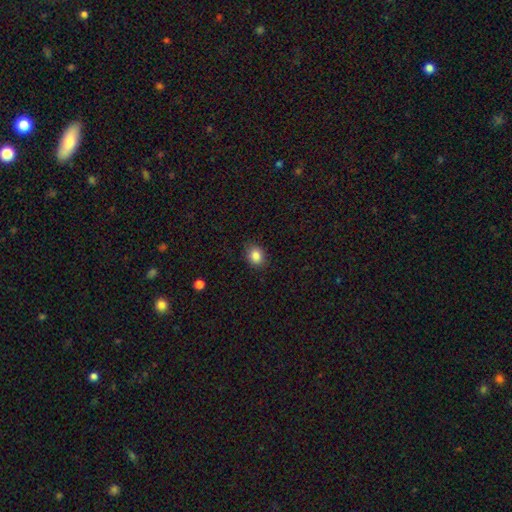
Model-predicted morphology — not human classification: Overall: smooth (85%). How rounded: round (58%; in between 41%). Merging: none (85%).